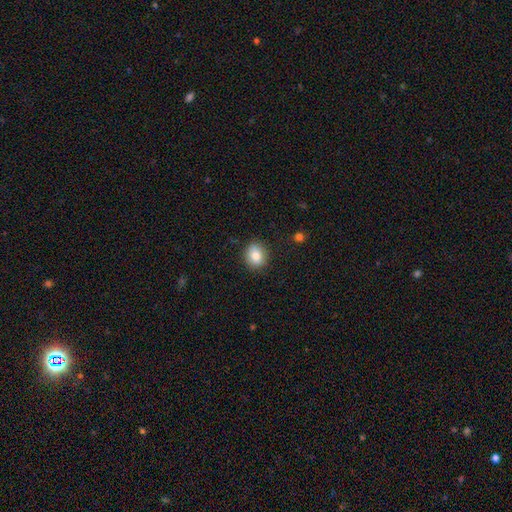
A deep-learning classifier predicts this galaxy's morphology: A smooth galaxy with no disk features (83%) that is round (65%).

Vote fractions:
- Smooth or featured? smooth: 83% / star or artifact: 9% / featured or disk: 8%
- How rounded? round: 65% / in between: 34% / cigar-shaped: 1%
- Merging? none: 87% / minor disturbance: 9% / major disturbance: 2% / merger: 1%